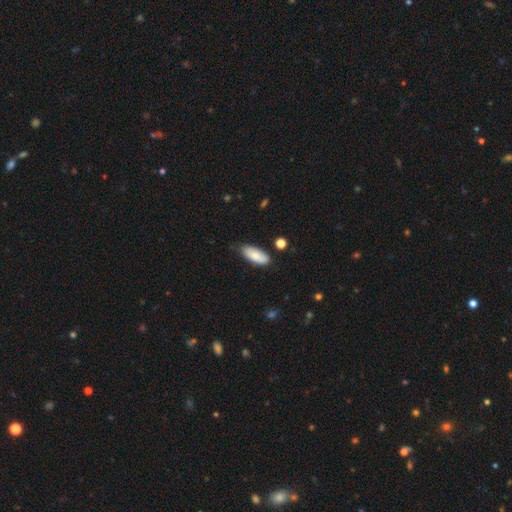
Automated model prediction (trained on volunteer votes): Smooth or featured? Predicted: smooth (p=0.83). How rounded? Predicted: in between (p=0.81). Merging? Predicted: none (p=0.71).